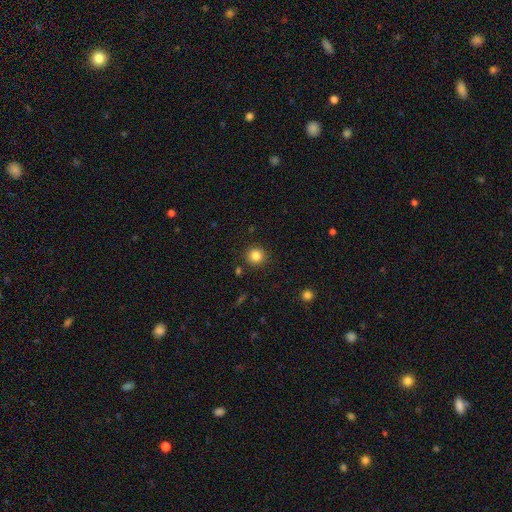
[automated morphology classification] Smooth or featured?
  - smooth: 84% *
  - star or artifact: 11%
  - featured or disk: 5%
How rounded?
  - round: 92% *
  - in between: 7%
  - cigar-shaped: 1%
Merging?
  - none: 89% *
  - minor disturbance: 6%
  - merger: 2%
  - major disturbance: 2%